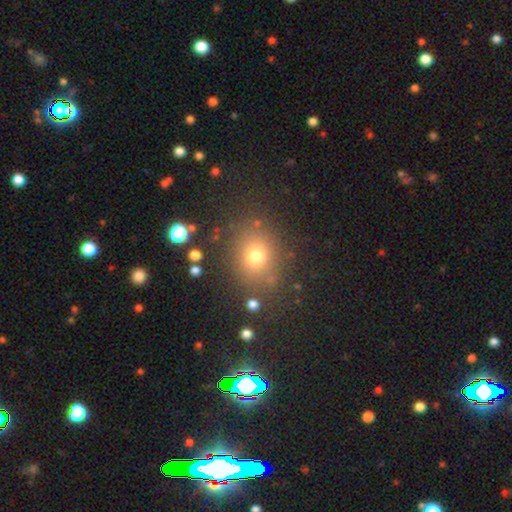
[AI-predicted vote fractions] Morphology: type=smooth (72%); roundness=round (67%); merging=none (81%).